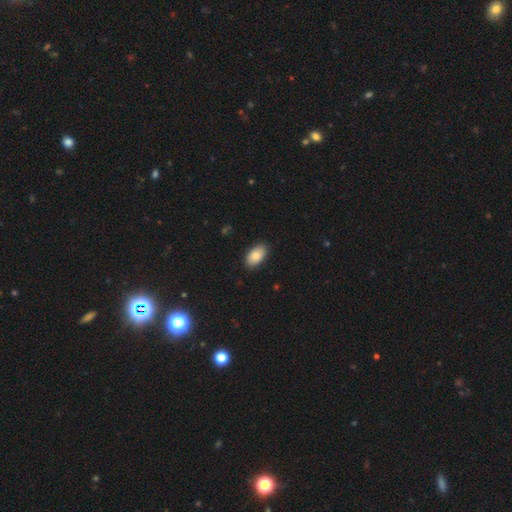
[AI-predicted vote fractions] Smooth or featured? smooth (88%)
How rounded? in between (95%)
Merging? none (88%)